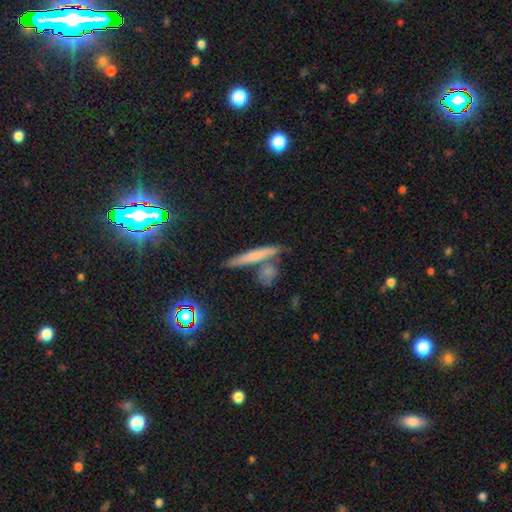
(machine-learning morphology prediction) This is possibly a smooth galaxy (57%). How rounded: clearly cigar-shaped (87%). Merging: likely none (67%).